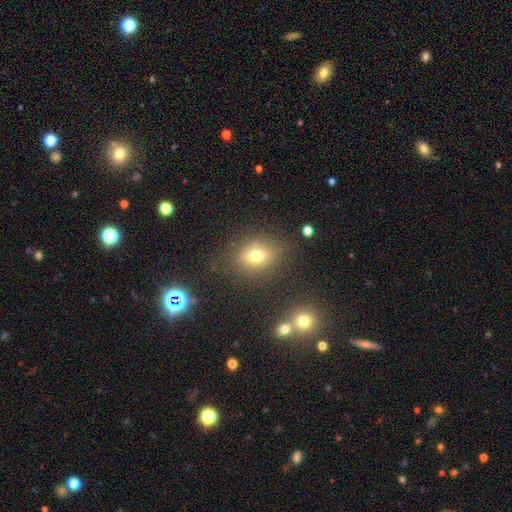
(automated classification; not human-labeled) This appears to be a smooth galaxy with no disk features (70%) that is in between round and cigar-shaped (52%). Merging: none (77%).